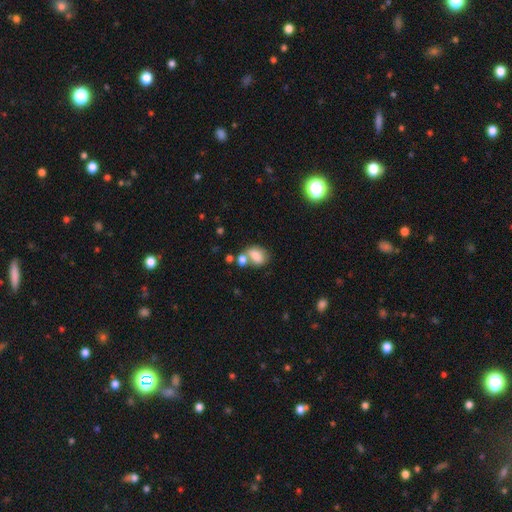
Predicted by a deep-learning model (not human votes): A smooth galaxy with no disk features (79%) that is in between round and cigar-shaped (73%).

Vote fractions:
- Smooth or featured? smooth: 79% / featured or disk: 12% / star or artifact: 10%
- How rounded? in between: 73% / round: 26% / cigar-shaped: 2%
- Merging? none: 40% / merger: 39% / minor disturbance: 15% / major disturbance: 7%